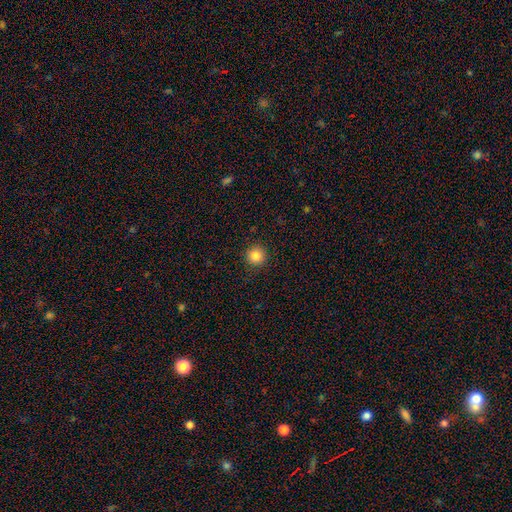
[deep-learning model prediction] A smooth galaxy with no disk features (84%) that is round (95%). Merging: none (92%).